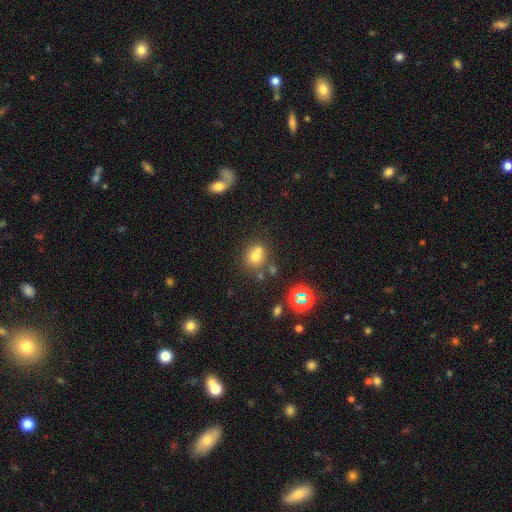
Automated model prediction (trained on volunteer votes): Morphology: type=smooth (66%); roundness=round (75%); merging=none (49%).